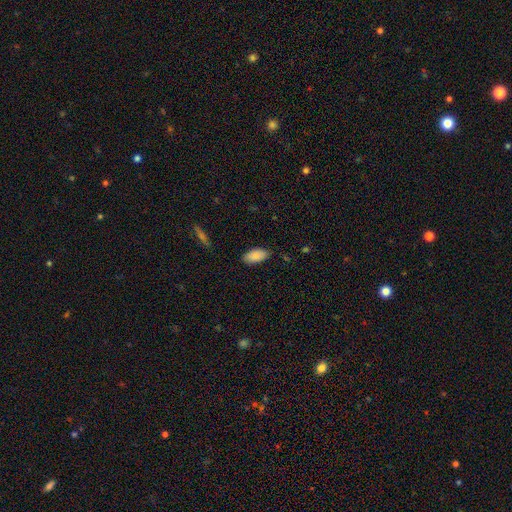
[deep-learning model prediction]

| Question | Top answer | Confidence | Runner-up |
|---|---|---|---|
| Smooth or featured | smooth | 89% | star or artifact (7%) |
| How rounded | in between | 93% | cigar-shaped (5%) |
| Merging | none | 83% | minor disturbance (14%) |